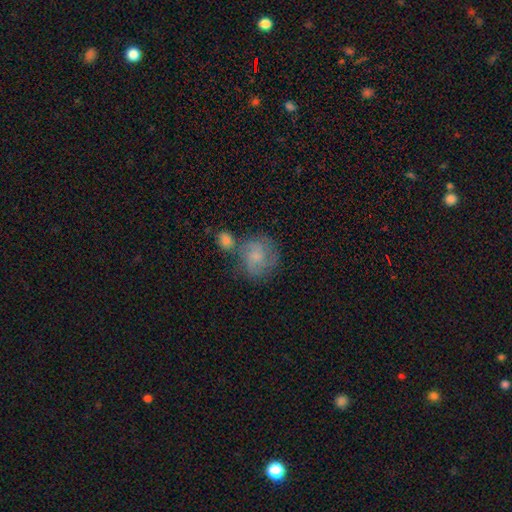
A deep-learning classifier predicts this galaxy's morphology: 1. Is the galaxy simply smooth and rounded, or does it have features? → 51% featured or disk, 40% smooth, 9% star or artifact.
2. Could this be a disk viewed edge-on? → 98% no, 2% yes.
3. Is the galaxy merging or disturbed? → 50% none, 21% merger, 18% minor disturbance, 10% major disturbance.